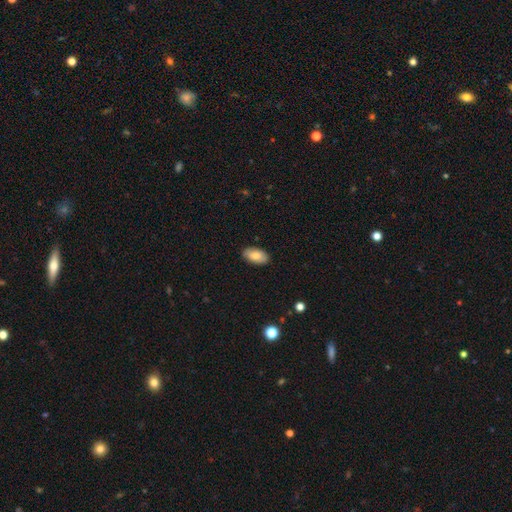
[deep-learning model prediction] smooth 82%, featured or disk 12%, star or artifact 6%. Down the decision tree: how rounded — in between (95%); merging — none (89%).